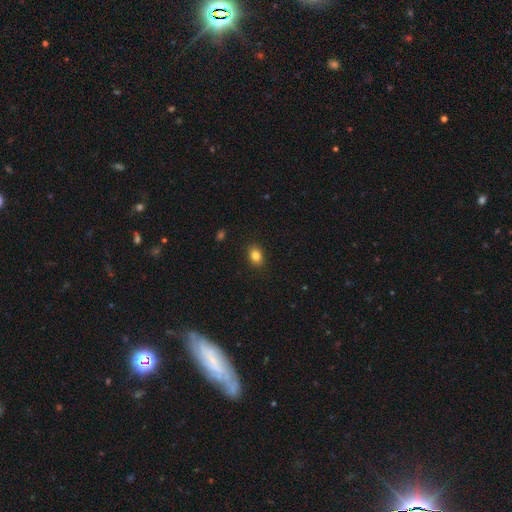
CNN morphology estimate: A smooth galaxy with no disk features (84%) that is in between round and cigar-shaped (67%). Merging: none (89%).